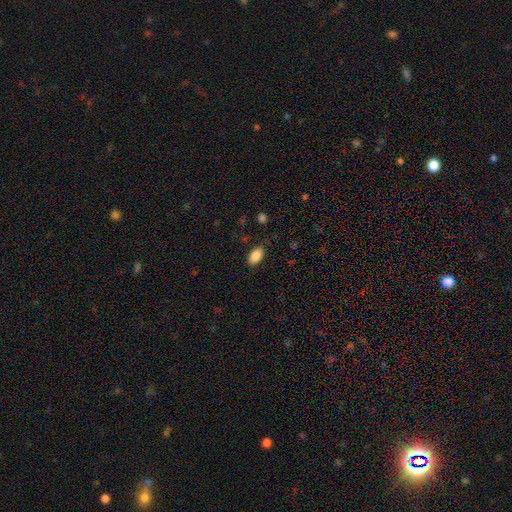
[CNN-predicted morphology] The model was most divided on "merging": none: 85%, minor disturbance: 11%, major disturbance: 3%, merger: 1%. More confident: how rounded — in between (93%); smooth or featured — smooth (88%).